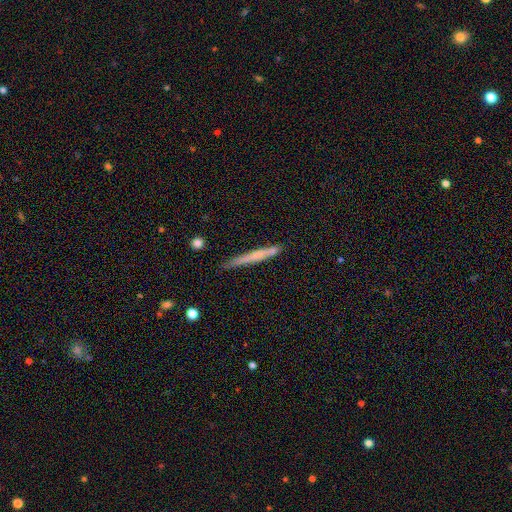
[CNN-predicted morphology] This appears to be a smooth galaxy with no disk features (56%) that is cigar-shaped (96%). Merging: none (76%).